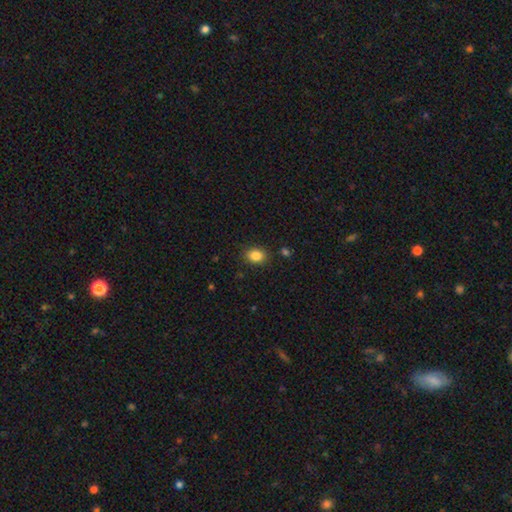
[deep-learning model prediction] Smooth or featured?
  - smooth: 85% *
  - star or artifact: 10%
  - featured or disk: 5%
How rounded?
  - in between: 57% *
  - round: 42%
  - cigar-shaped: 1%
Merging?
  - none: 86% *
  - minor disturbance: 10%
  - major disturbance: 3%
  - merger: 2%